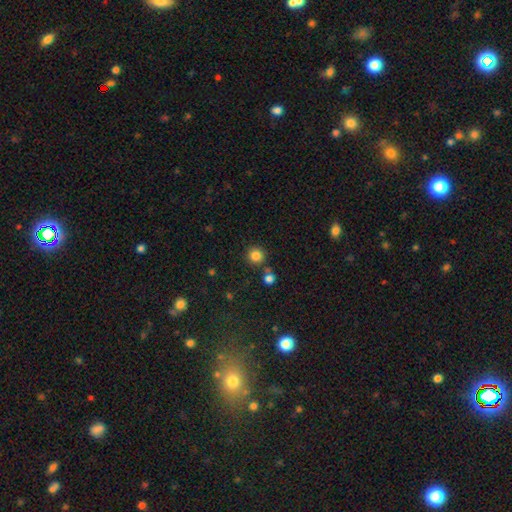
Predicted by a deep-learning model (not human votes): smooth-or-featured: smooth: 82% | star or artifact: 13% | featured or disk: 5%
  how-rounded: round: 93% | in between: 6% | cigar-shaped: 1%
  merging: none: 80% | merger: 10% | minor disturbance: 8% | major disturbance: 3%